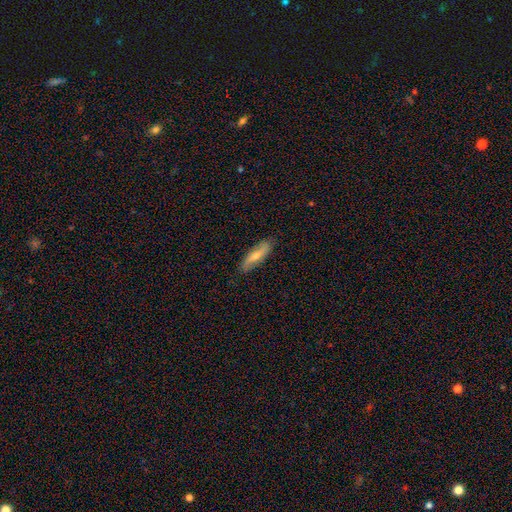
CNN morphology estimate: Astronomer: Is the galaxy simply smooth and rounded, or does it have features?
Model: featured or disk — 48% (runner-up: smooth, 45%).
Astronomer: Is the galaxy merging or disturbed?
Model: none — 84%.